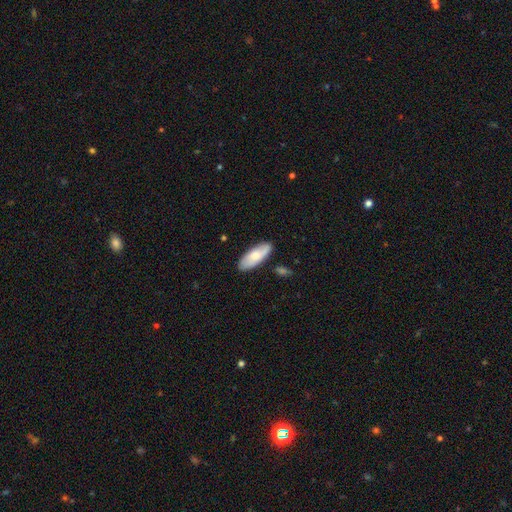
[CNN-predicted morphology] This appears to be a smooth galaxy with no disk features (65%) that is in between round and cigar-shaped (78%). Merging: none (81%).